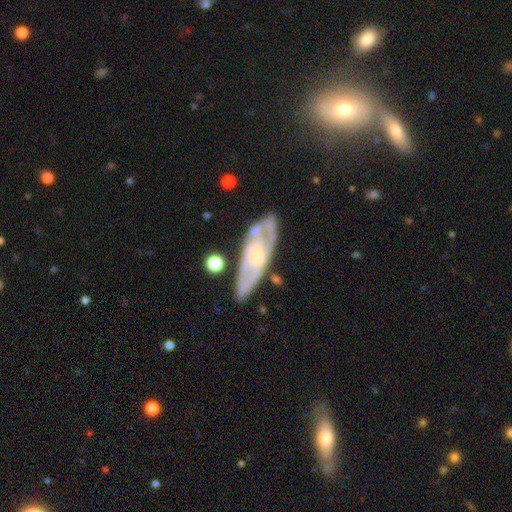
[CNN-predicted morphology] featured or disk 76%, smooth 18%, star or artifact 6%. Down the decision tree: edge-on disk — no (80%); bar — no (54%); spiral arms — yes (76%); bulge size — small (42%); merging — none (71%).